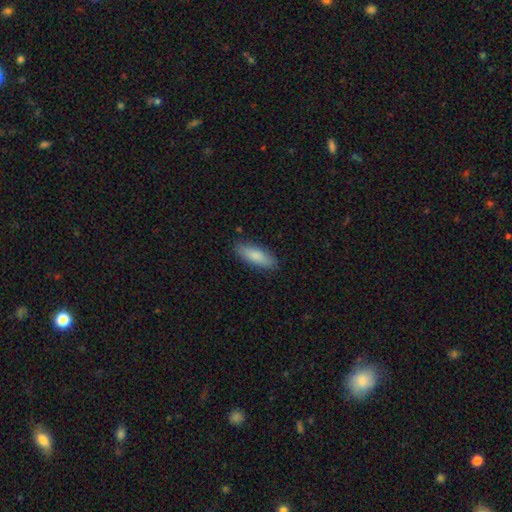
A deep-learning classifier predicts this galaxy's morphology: smooth 83%, featured or disk 11%, star or artifact 6%. Down the decision tree: how rounded — in between (56%); merging — none (86%).